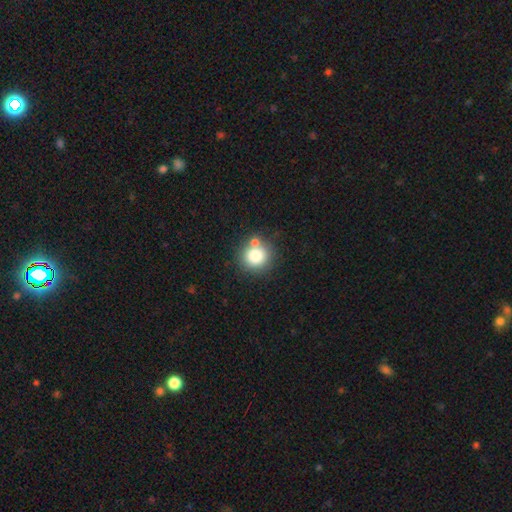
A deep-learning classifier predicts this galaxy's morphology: This is likely a smooth galaxy (80%). How rounded: clearly round (90%). Merging: likely none (68%).